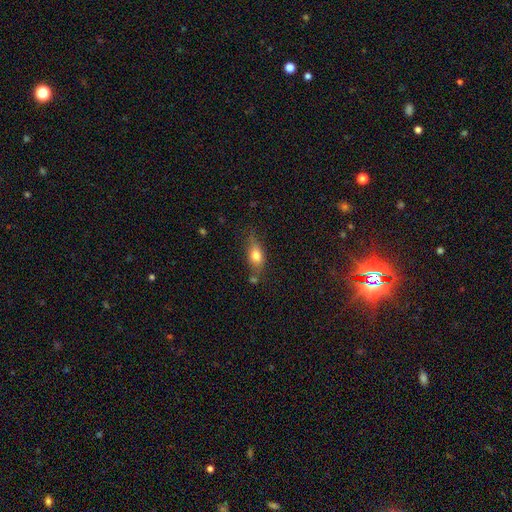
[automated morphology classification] This appears to be a smooth galaxy with no disk features (70%) that is in between round and cigar-shaped (75%). Merging: none (62%).